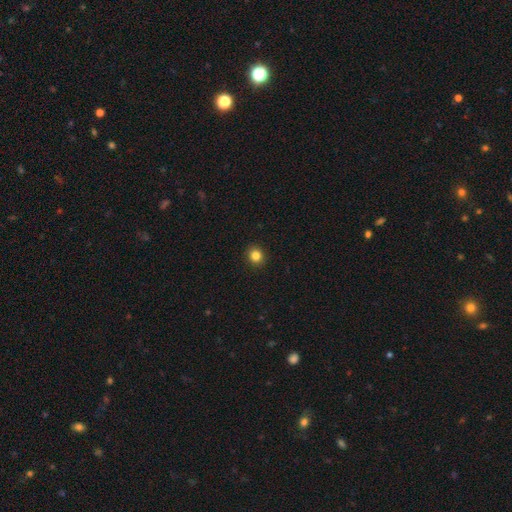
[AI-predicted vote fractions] smooth 83%, star or artifact 12%, featured or disk 5%. Down the decision tree: how rounded — round (85%); merging — none (92%).